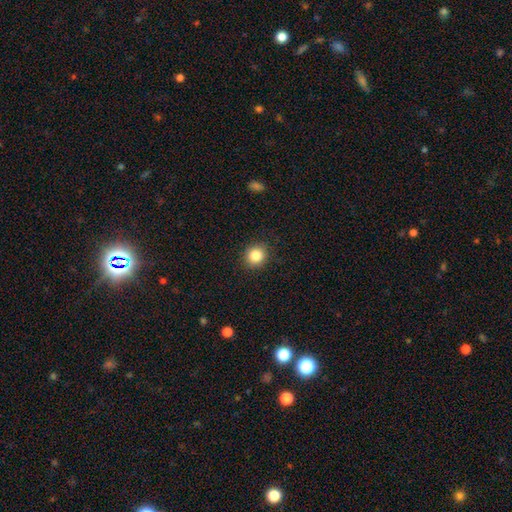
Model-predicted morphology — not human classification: The model was most divided on "how rounded": round: 84%, in between: 15%, cigar-shaped: 1%. More confident: merging — none (90%); smooth or featured — smooth (85%).